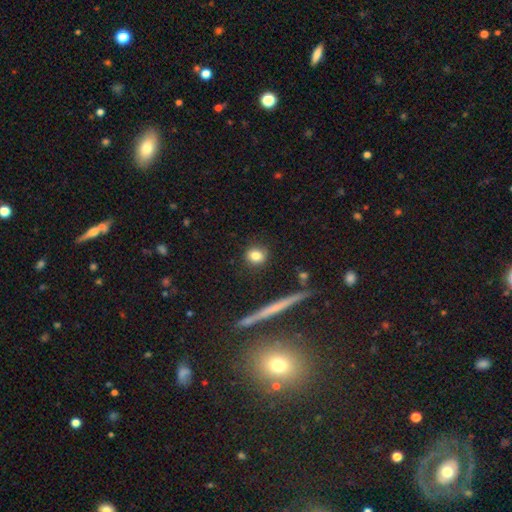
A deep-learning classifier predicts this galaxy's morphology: A smooth galaxy with no disk features (81%) that is round (78%).

Vote fractions:
- Smooth or featured? smooth: 81% / star or artifact: 10% / featured or disk: 9%
- How rounded? round: 78% / in between: 19% / cigar-shaped: 3%
- Merging? none: 87% / minor disturbance: 8% / major disturbance: 2% / merger: 2%